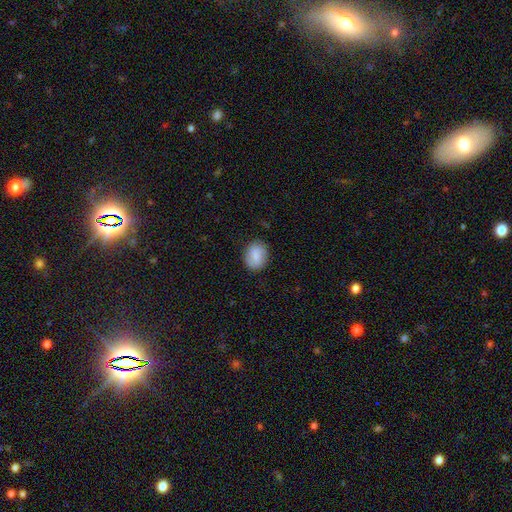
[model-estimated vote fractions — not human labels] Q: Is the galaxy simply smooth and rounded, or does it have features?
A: smooth — 81%.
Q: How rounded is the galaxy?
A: in between — 53%.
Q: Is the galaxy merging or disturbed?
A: none — 84%.